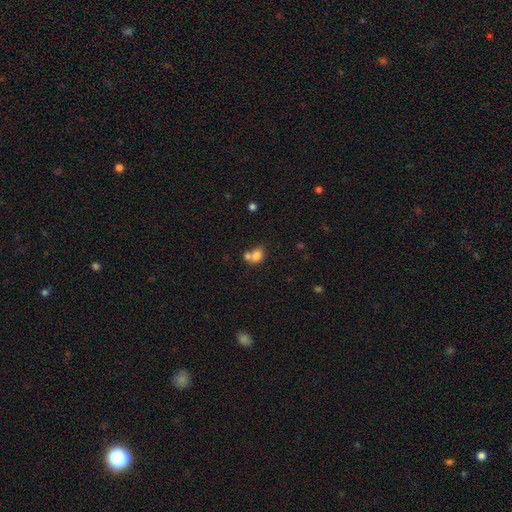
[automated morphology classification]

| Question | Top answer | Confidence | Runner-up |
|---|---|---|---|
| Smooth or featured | smooth | 77% | featured or disk (13%) |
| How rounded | in between | 55% | round (44%) |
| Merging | merger | 57% | none (29%) |